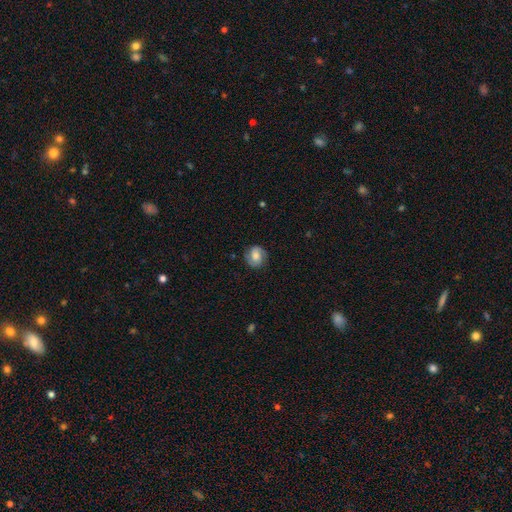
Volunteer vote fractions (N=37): Smooth or featured? featured or disk (51%)
Edge-on disk? no (95%)
Bar? no (44%)
Spiral arms? yes (100%)
Spiral winding? tight (50%)
Spiral arm count? 2 (83%)
Bulge size? moderate (44%)
Merging? none (78%)